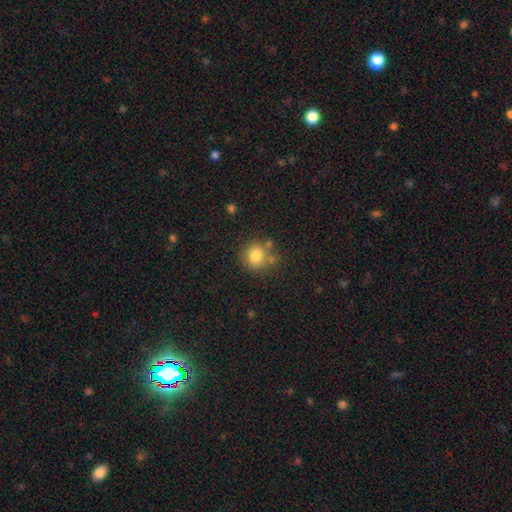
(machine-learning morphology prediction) smooth_or_featured: smooth (p=0.80) [alt: star or artifact p=0.11]
how_rounded: round (p=0.80) [alt: in between p=0.19]
merging: none (p=0.67) [alt: minor disturbance p=0.16]